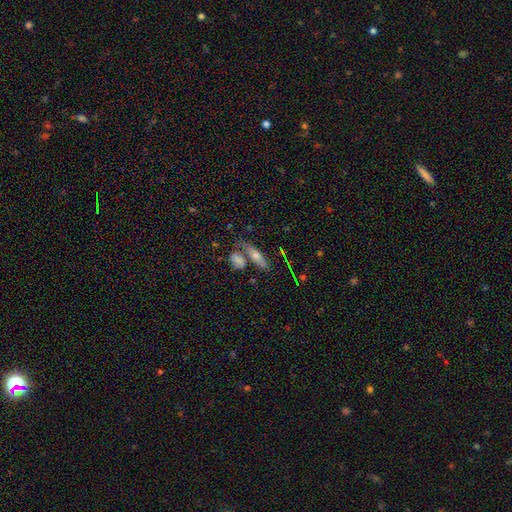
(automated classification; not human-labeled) Smooth or featured?
  - featured or disk: 45% *
  - smooth: 43%
  - star or artifact: 12%
Merging?
  - none: 57% *
  - merger: 23%
  - minor disturbance: 14%
  - major disturbance: 7%